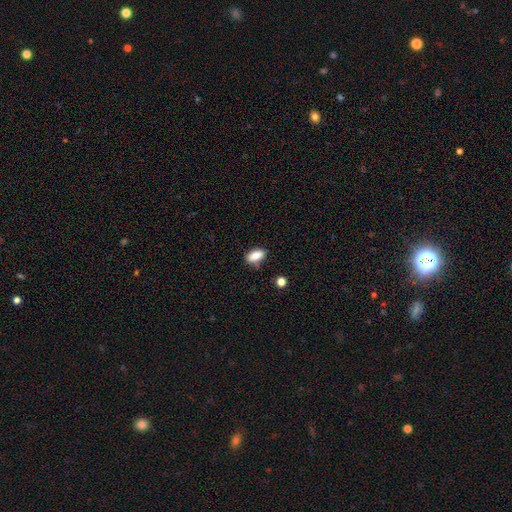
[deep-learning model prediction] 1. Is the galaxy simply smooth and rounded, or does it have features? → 86% smooth, 8% star or artifact, 6% featured or disk.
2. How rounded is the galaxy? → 87% in between, 9% cigar-shaped, 4% round.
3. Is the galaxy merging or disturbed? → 76% none, 17% minor disturbance, 4% merger, 3% major disturbance.